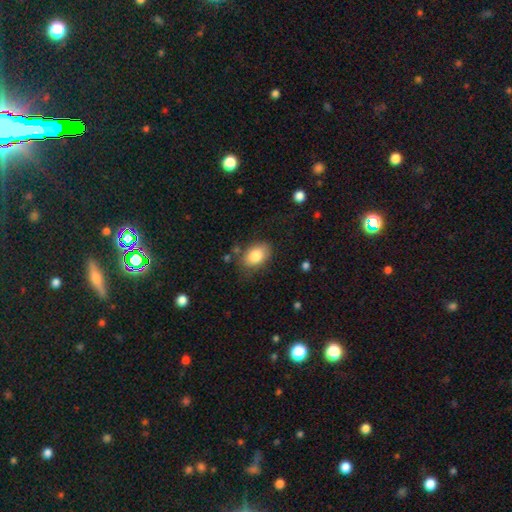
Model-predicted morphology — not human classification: smooth 84%, featured or disk 9%, star or artifact 7%. Down the decision tree: how rounded — in between (86%); merging — none (74%).